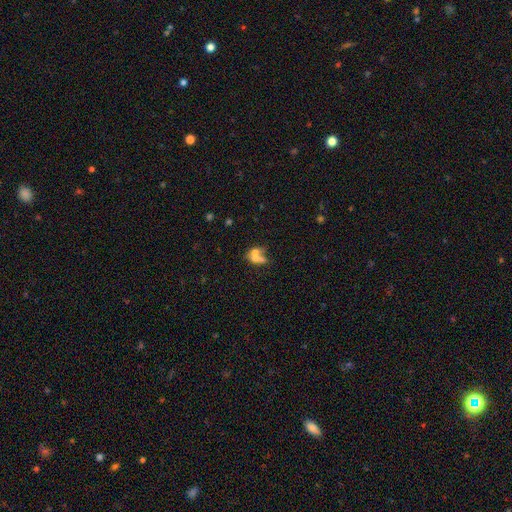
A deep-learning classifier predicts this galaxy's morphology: Smooth or featured?
  - smooth: 57% *
  - featured or disk: 30%
  - star or artifact: 13%
How rounded?
  - in between: 61% *
  - round: 34%
  - cigar-shaped: 5%
Merging?
  - merger: 63% *
  - none: 23%
  - minor disturbance: 8%
  - major disturbance: 6%